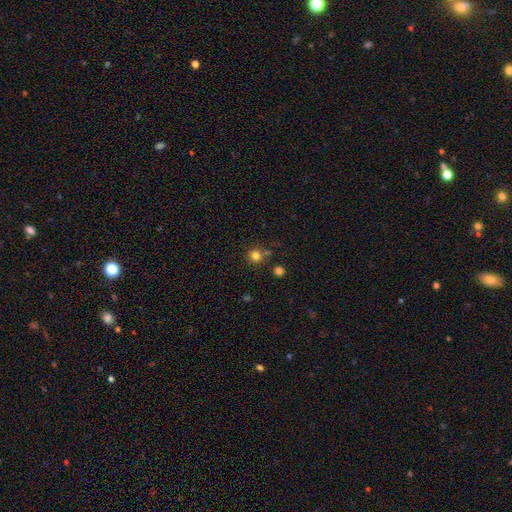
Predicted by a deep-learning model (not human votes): Smooth or featured? Predicted: smooth (p=0.79). How rounded? Predicted: round (p=0.93). Merging? Predicted: none (p=0.74).